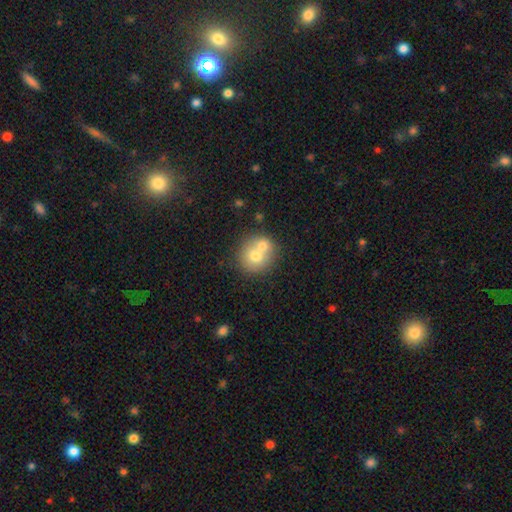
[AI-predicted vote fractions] This is likely a smooth galaxy (67%). How rounded: clearly round (83%). Merging: possibly merger (55%).